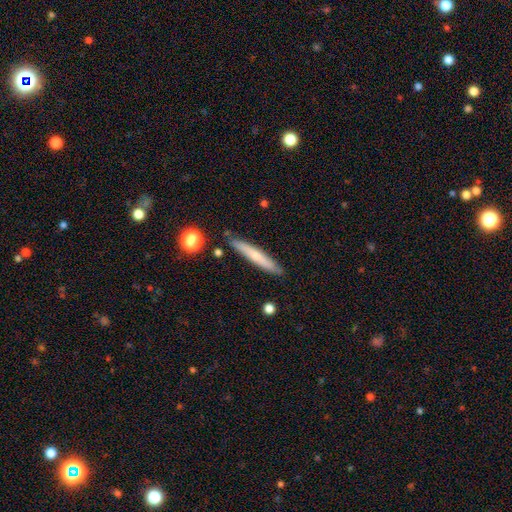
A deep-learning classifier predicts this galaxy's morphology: This appears to be a smooth galaxy with no disk features (60%) that is cigar-shaped (94%). Merging: none (86%).